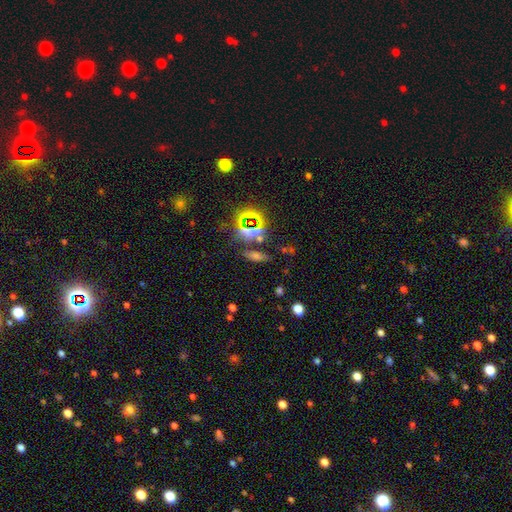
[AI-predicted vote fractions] A star or artifact, not a galaxy (43%).